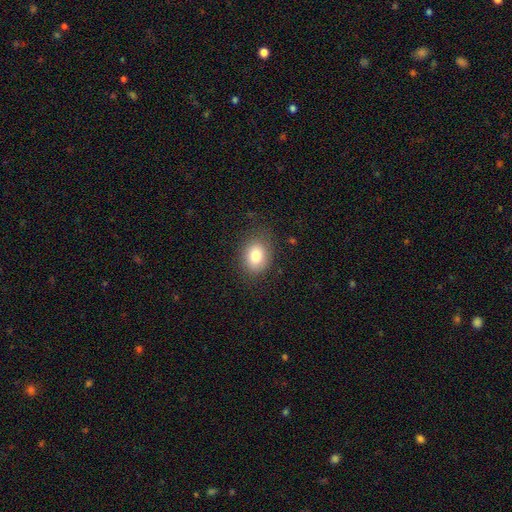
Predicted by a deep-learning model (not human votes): A smooth galaxy with no disk features (82%) that is in between round and cigar-shaped (65%). Merging: none (80%).